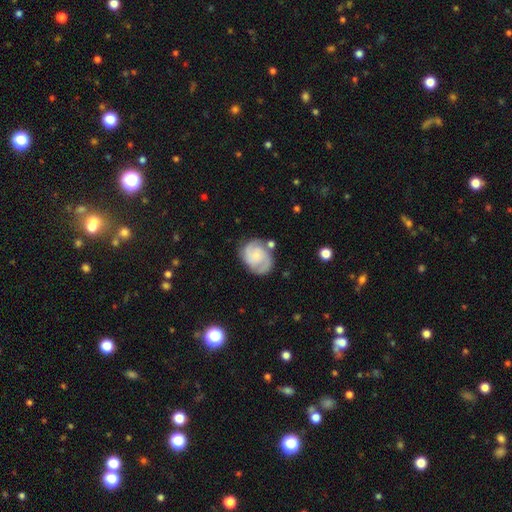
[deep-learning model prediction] Smooth or featured?
  - featured or disk: 75% *
  - smooth: 19%
  - star or artifact: 6%
Edge-on disk?
  - no: 98% *
  - yes: 2%
Bar?
  - no: 64% *
  - weak: 31%
  - strong: 5%
Spiral arms?
  - yes: 95% *
  - no: 5%
Spiral winding?
  - medium: 45% *
  - tight: 42%
  - loose: 13%
Spiral arm count?
  - 2: 76% *
  - can't tell: 9%
  - 3: 9%
  - 1: 3%
  - 4: 2%
  - more than 4: 2%
Bulge size?
  - small: 59% *
  - moderate: 22%
  - none: 15%
  - large: 3%
  - dominant: 1%
Merging?
  - none: 71% *
  - minor disturbance: 17%
  - major disturbance: 6%
  - merger: 6%